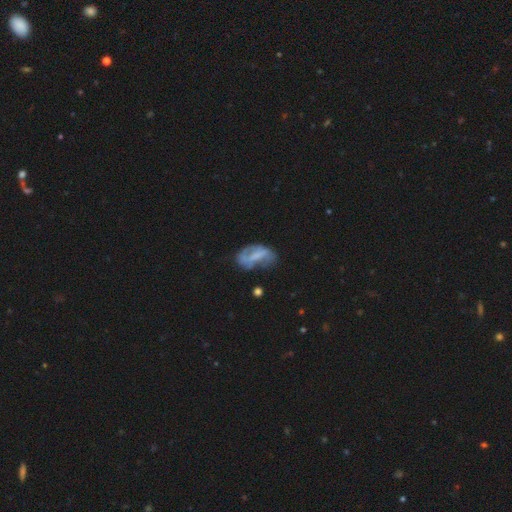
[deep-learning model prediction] Smooth or featured: featured or disk — 55% (smooth — 36%)
Edge-on disk: no — 94% (yes — 6%)
Bar: weak — 36% (tied with no — 36%)
Spiral arms: yes — 56% (no — 44%)
Bulge size: none — 50% (small — 21%)
Merging: none — 44% (minor disturbance — 29%)